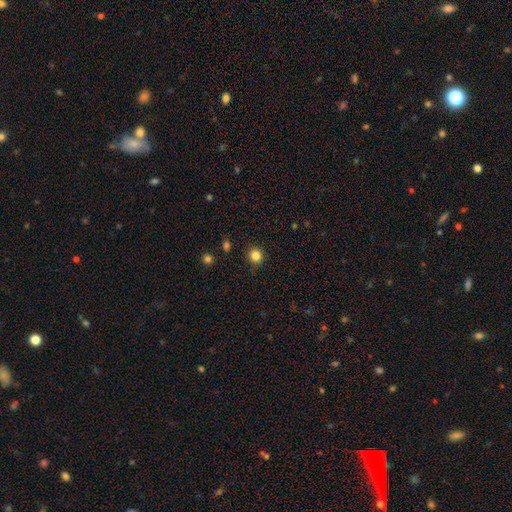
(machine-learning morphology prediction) Smooth or featured?
  - smooth: 84% *
  - star or artifact: 12%
  - featured or disk: 4%
How rounded?
  - round: 91% *
  - in between: 8%
  - cigar-shaped: 1%
Merging?
  - none: 89% *
  - minor disturbance: 7%
  - major disturbance: 2%
  - merger: 2%